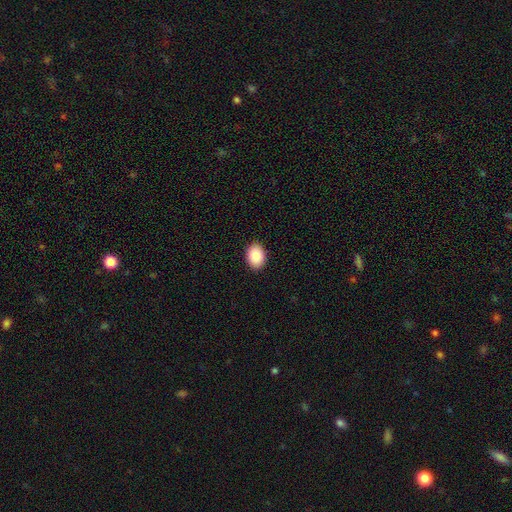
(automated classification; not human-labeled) Smooth or featured: smooth — 87% (star or artifact — 8%)
How rounded: in between — 75% (round — 24%)
Merging: none — 91% (minor disturbance — 7%)